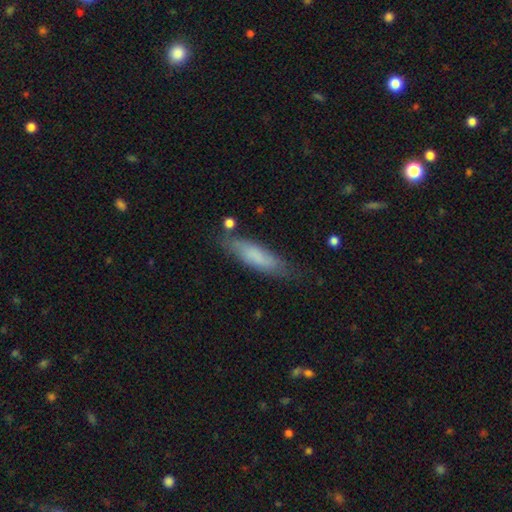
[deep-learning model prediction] smooth 72%, featured or disk 21%, star or artifact 7%. Down the decision tree: how rounded — cigar-shaped (65%); merging — none (72%).